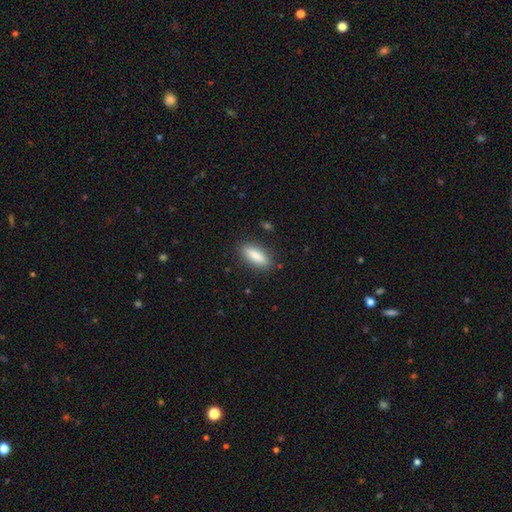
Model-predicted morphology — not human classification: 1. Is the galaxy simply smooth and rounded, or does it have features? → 83% smooth, 11% featured or disk, 6% star or artifact.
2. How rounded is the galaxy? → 61% in between, 37% cigar-shaped, 2% round.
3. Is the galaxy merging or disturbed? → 86% none, 10% minor disturbance, 3% major disturbance, 1% merger.